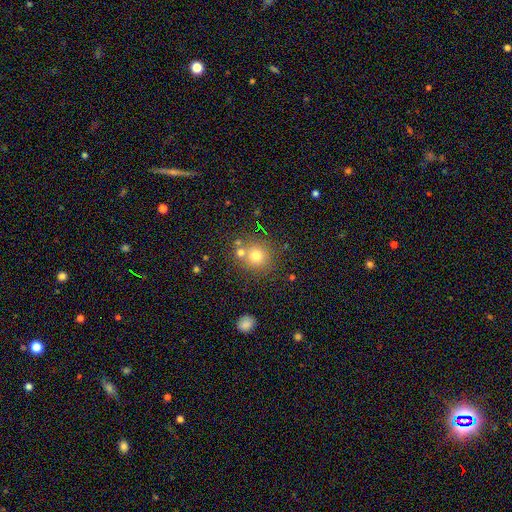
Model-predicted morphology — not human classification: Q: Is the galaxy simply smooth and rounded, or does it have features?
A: smooth — 72%.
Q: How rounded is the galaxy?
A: round — 90%.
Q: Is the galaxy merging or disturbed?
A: none — 66%.